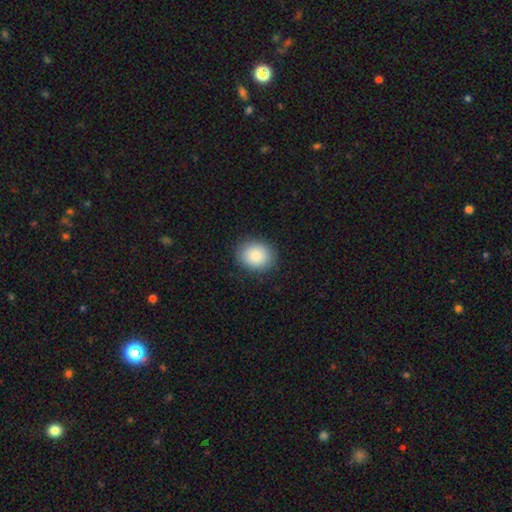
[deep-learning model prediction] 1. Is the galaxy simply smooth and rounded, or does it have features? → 88% smooth, 7% star or artifact, 5% featured or disk.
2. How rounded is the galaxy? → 60% round, 39% in between, 1% cigar-shaped.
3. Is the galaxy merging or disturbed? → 88% none, 8% minor disturbance, 2% major disturbance, 1% merger.